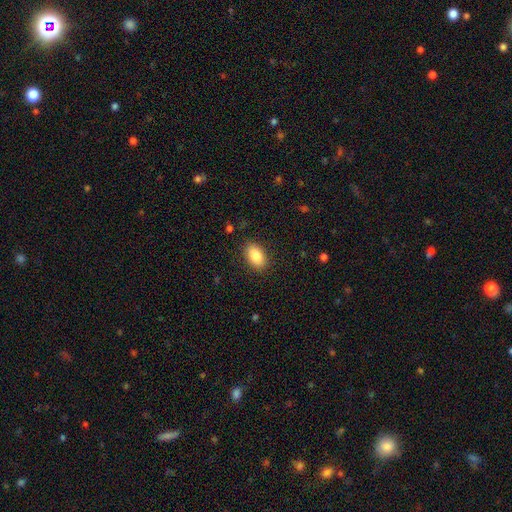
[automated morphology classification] type=smooth (88%); roundness=in between (92%); merging=none (87%).